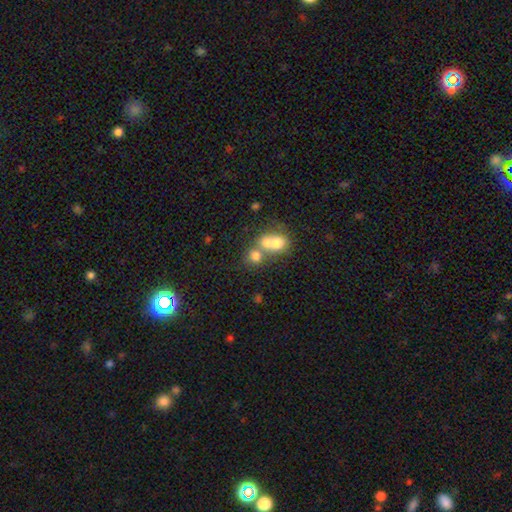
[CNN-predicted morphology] A smooth galaxy with no disk features (70%) that is round (75%).

Vote fractions:
- Smooth or featured? smooth: 70% / featured or disk: 18% / star or artifact: 12%
- How rounded? round: 75% / in between: 24% / cigar-shaped: 1%
- Merging? merger: 62% / none: 28% / minor disturbance: 6% / major disturbance: 4%